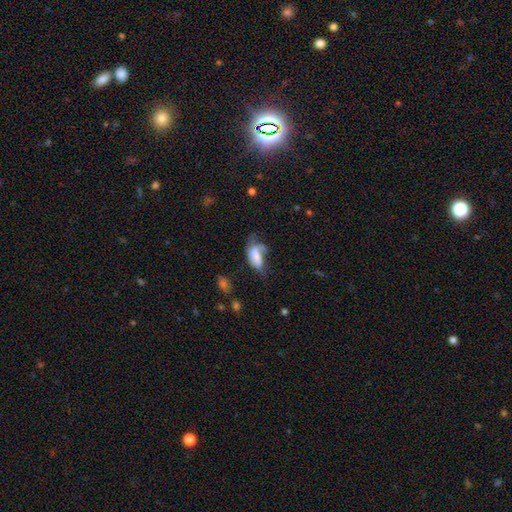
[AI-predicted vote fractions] The model was most divided on "merging": major disturbance: 40%, minor disturbance: 27%, none: 21%, merger: 12%. More confident: how rounded — in between (88%); smooth or featured — smooth (63%).